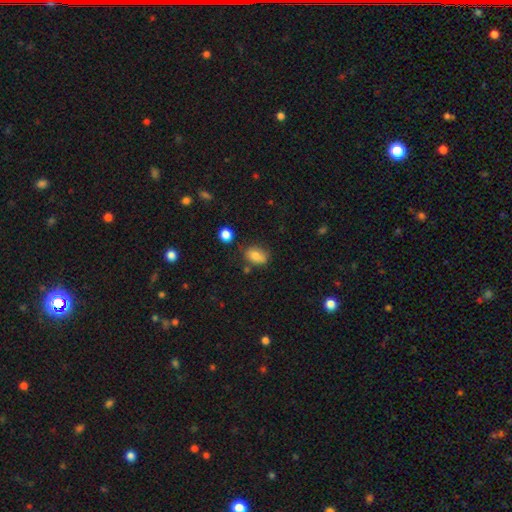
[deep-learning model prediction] smooth-or-featured: smooth: 80% | star or artifact: 10% | featured or disk: 10%
  how-rounded: in between: 79% | round: 19% | cigar-shaped: 2%
  merging: none: 66% | minor disturbance: 22% | merger: 6% | major disturbance: 5%